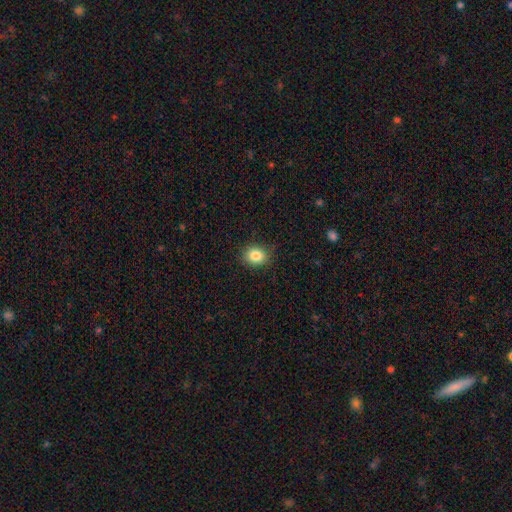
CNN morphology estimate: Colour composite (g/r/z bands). It shows a smooth galaxy with no disk features (85%) that is in between round and cigar-shaped (50%). Merging: none (86%).